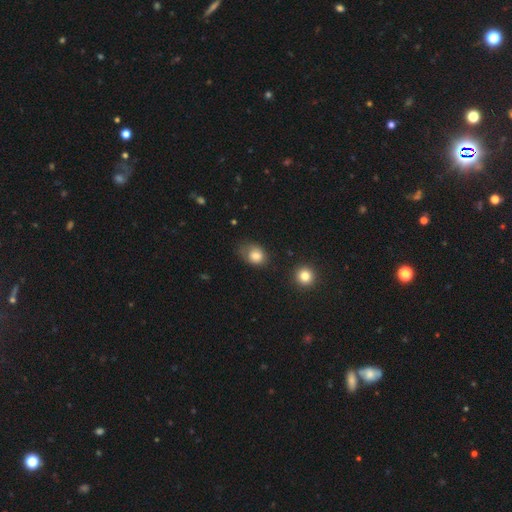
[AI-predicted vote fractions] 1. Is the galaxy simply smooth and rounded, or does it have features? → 81% smooth, 10% star or artifact, 9% featured or disk.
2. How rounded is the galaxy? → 52% round, 47% in between, 1% cigar-shaped.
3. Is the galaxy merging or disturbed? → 47% none, 34% minor disturbance, 16% major disturbance, 3% merger.